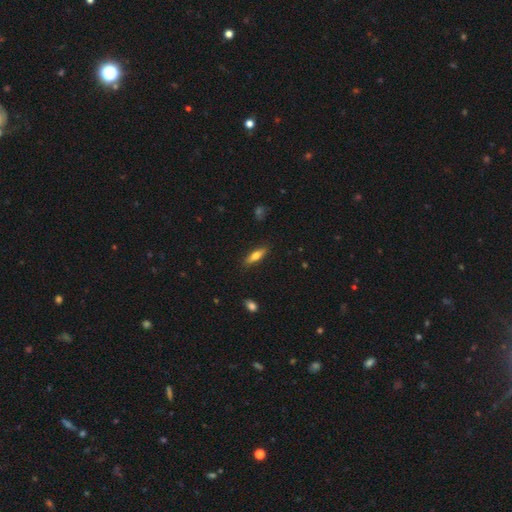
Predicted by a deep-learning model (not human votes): smooth_or_featured: smooth (p=0.65) [alt: featured or disk p=0.29]
how_rounded: cigar-shaped (p=0.57) [alt: in between p=0.41]
merging: none (p=0.87) [alt: minor disturbance p=0.10]